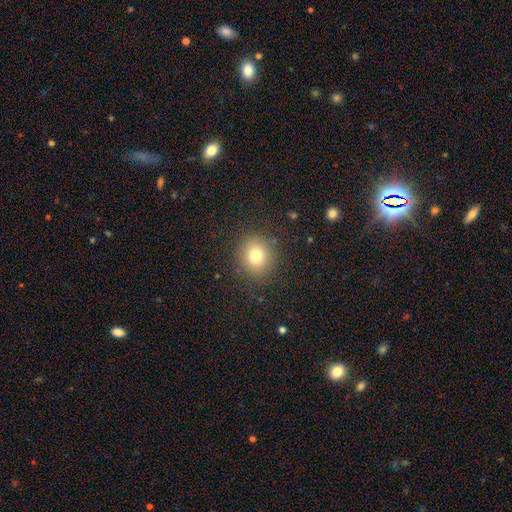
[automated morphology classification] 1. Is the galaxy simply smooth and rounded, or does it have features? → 77% smooth, 14% star or artifact, 10% featured or disk.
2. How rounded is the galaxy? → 85% round, 14% in between, 1% cigar-shaped.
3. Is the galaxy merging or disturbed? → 87% none, 8% minor disturbance, 4% major disturbance, 1% merger.